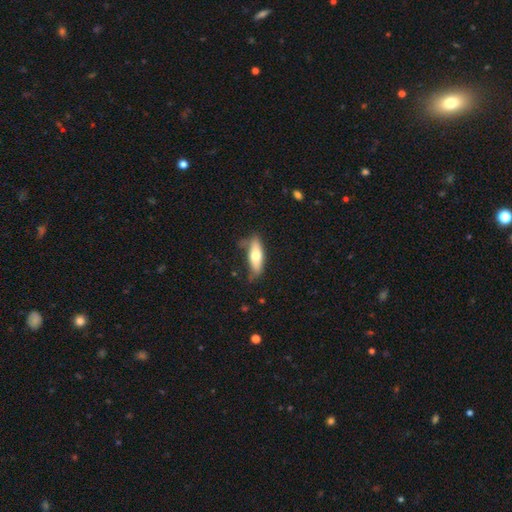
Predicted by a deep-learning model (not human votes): Smooth or featured: smooth — 67% (featured or disk — 28%)
How rounded: in between — 54% (cigar-shaped — 44%)
Merging: none — 66% (minor disturbance — 25%)